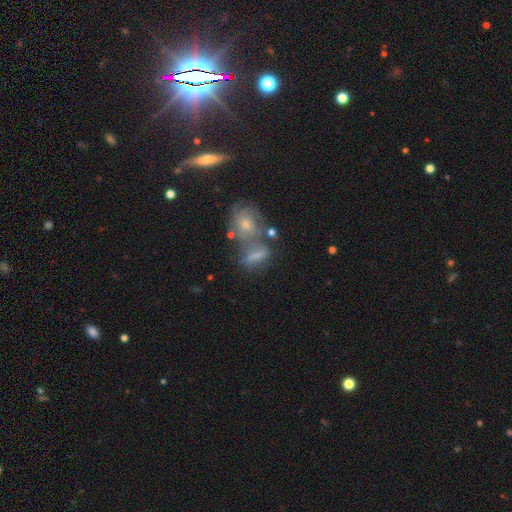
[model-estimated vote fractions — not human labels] smooth 52%, featured or disk 35%, star or artifact 13%. Down the decision tree: how rounded — in between (62%); merging — none (35%).